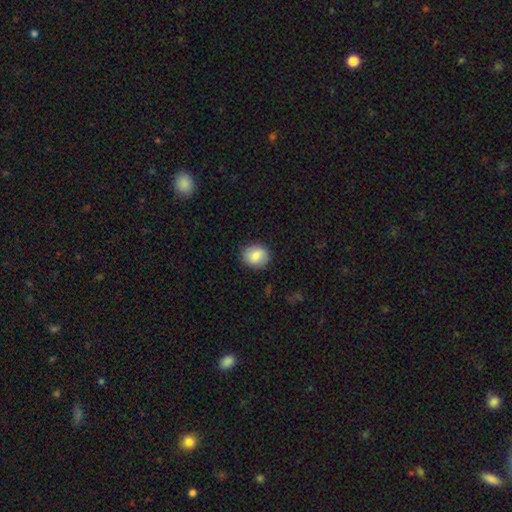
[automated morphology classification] Q: Smooth or featured?
A: smooth (84%); runner-up: featured or disk (9%)
Q: How rounded?
A: round (70%); runner-up: in between (29%)
Q: Merging?
A: none (85%); runner-up: minor disturbance (12%)